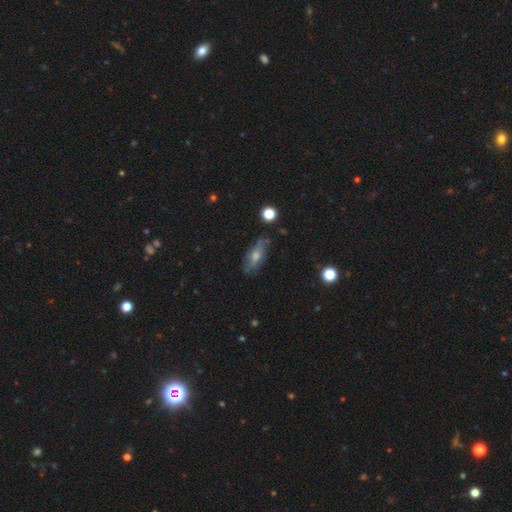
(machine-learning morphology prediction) This is possibly a featured or disk galaxy (48%). Merging: likely none (74%).